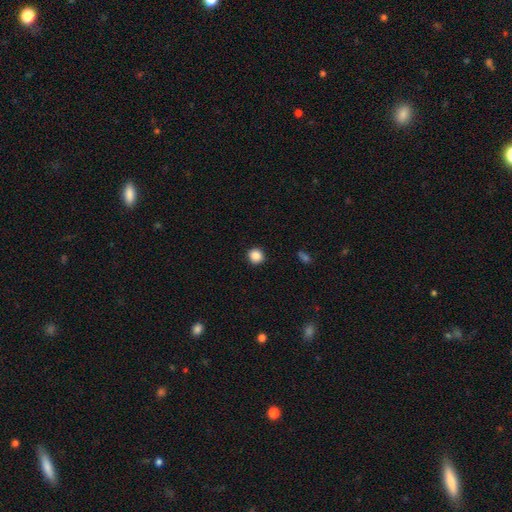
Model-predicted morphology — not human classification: Overall: smooth (88%). How rounded: round (92%). Merging: none (92%).